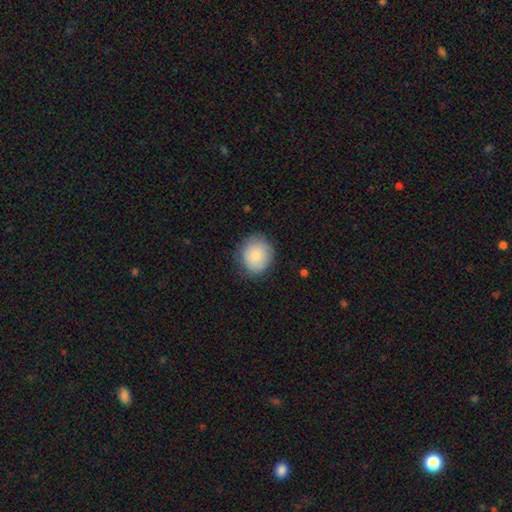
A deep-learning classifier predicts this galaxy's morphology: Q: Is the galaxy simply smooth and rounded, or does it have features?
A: smooth — 84%.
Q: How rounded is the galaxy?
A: round — 81%.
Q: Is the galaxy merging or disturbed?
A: none — 80%.